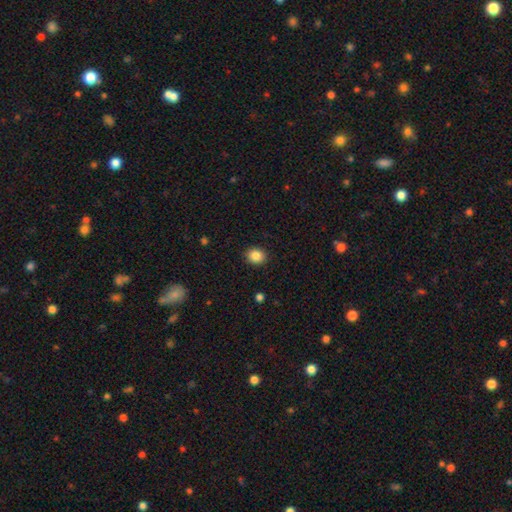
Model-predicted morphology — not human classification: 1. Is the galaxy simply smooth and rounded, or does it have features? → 87% smooth, 9% star or artifact, 4% featured or disk.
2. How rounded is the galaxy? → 60% round, 39% in between, 1% cigar-shaped.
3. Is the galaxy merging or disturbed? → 90% none, 7% minor disturbance, 2% major disturbance, 1% merger.